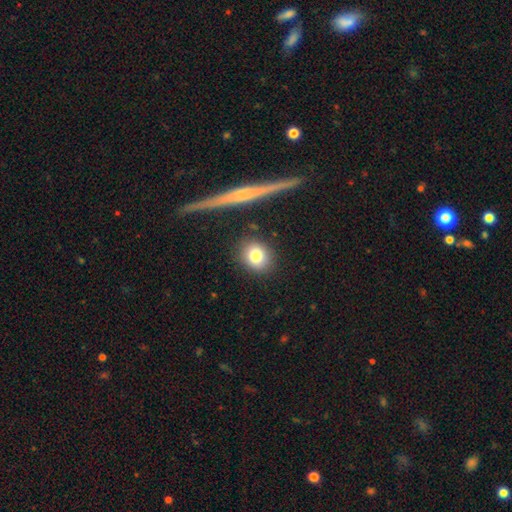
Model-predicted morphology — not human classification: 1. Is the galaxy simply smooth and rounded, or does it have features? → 80% smooth, 10% featured or disk, 10% star or artifact.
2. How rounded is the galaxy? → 69% round, 29% in between, 2% cigar-shaped.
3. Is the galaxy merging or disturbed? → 85% none, 9% minor disturbance, 3% merger, 3% major disturbance.